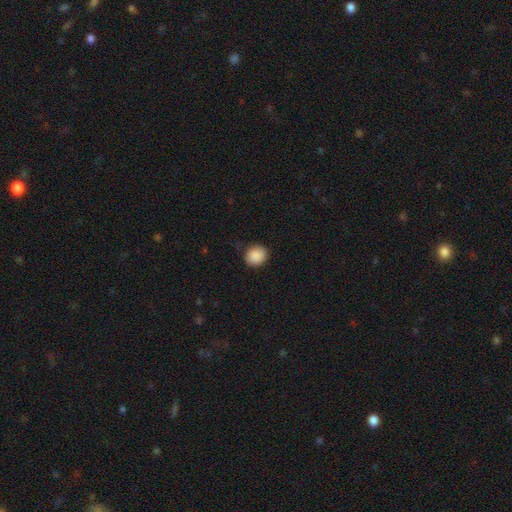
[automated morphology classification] The model was most divided on "how rounded": round: 85%, in between: 14%, cigar-shaped: 1%. More confident: smooth or featured — smooth (89%); merging — none (85%).